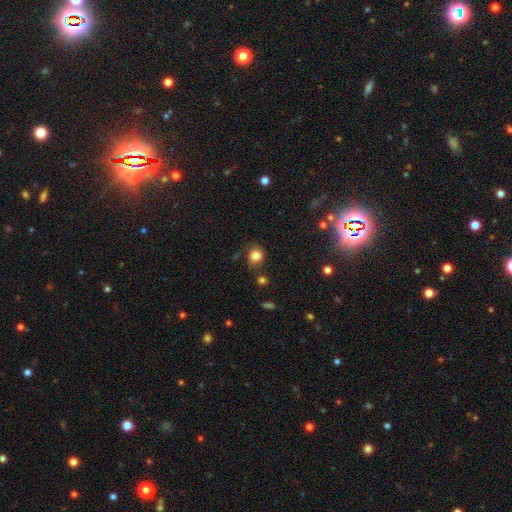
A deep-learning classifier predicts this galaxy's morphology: This appears to be a smooth galaxy with no disk features (82%) that is round (69%). Merging: none (70%).